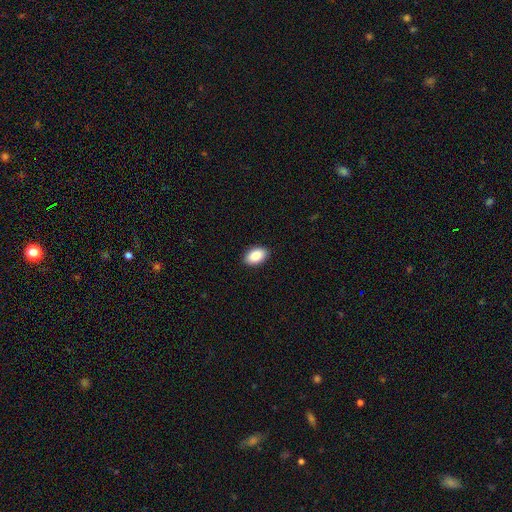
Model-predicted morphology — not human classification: Smooth or featured?
  - smooth: 89% *
  - star or artifact: 7%
  - featured or disk: 5%
How rounded?
  - in between: 93% *
  - round: 6%
  - cigar-shaped: 1%
Merging?
  - none: 90% *
  - minor disturbance: 7%
  - major disturbance: 2%
  - merger: 1%